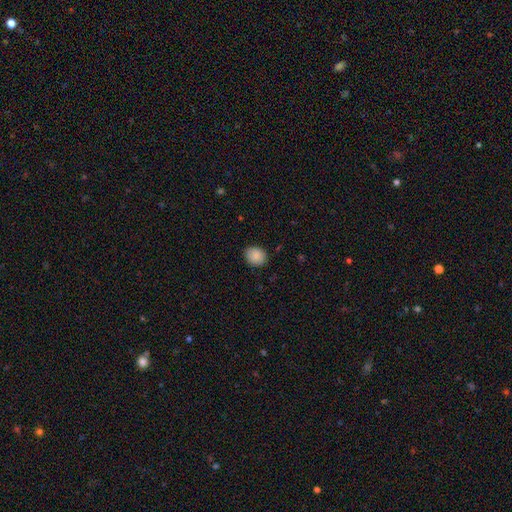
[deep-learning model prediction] Overall: smooth (88%). How rounded: round (62%; in between 37%). Merging: none (86%).